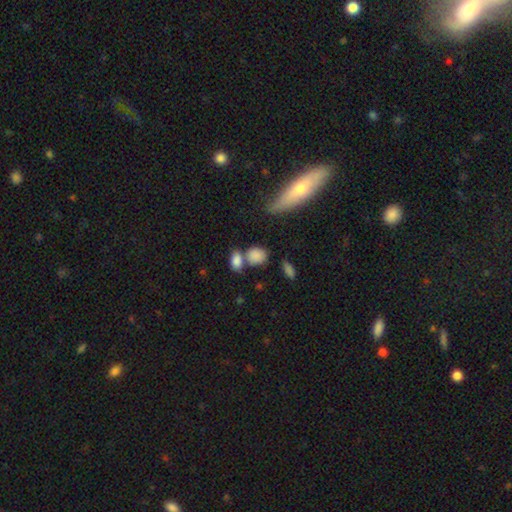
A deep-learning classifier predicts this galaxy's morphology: smooth_or_featured: smooth (p=0.84) [alt: star or artifact p=0.09]
how_rounded: in between (p=0.54) [alt: round p=0.43]
merging: none (p=0.47) [alt: merger p=0.35]